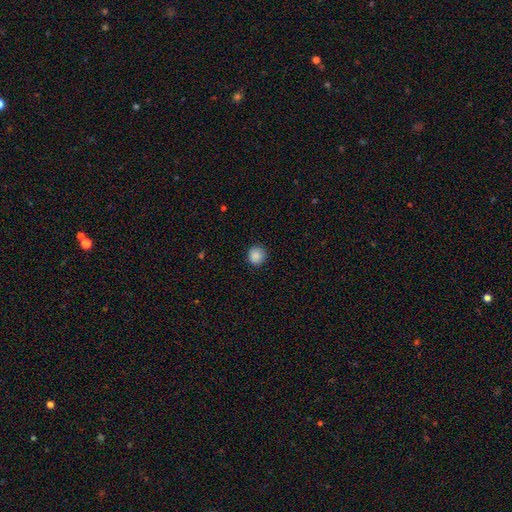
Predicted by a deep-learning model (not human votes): This is clearly a smooth galaxy (88%). How rounded: clearly round (93%). Merging: clearly none (89%).